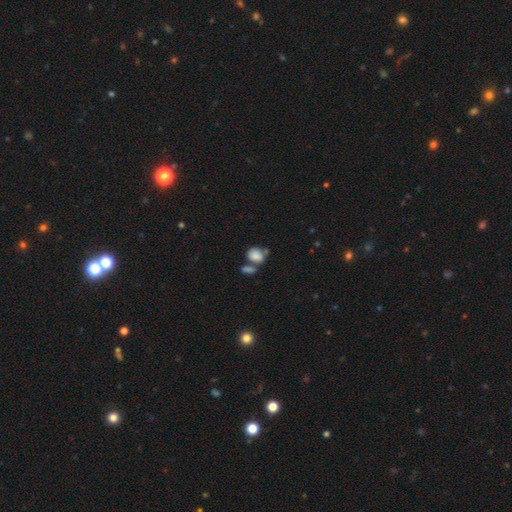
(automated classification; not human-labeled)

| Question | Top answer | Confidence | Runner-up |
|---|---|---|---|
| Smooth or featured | smooth | 81% | featured or disk (10%) |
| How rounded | in between | 57% | round (41%) |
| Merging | none | 39% | tied: merger (39%) |